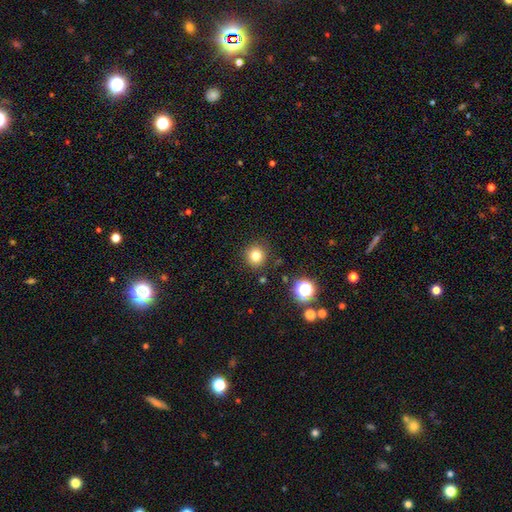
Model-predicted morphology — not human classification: A smooth galaxy with no disk features (79%) that is round (93%). Merging: none (89%).